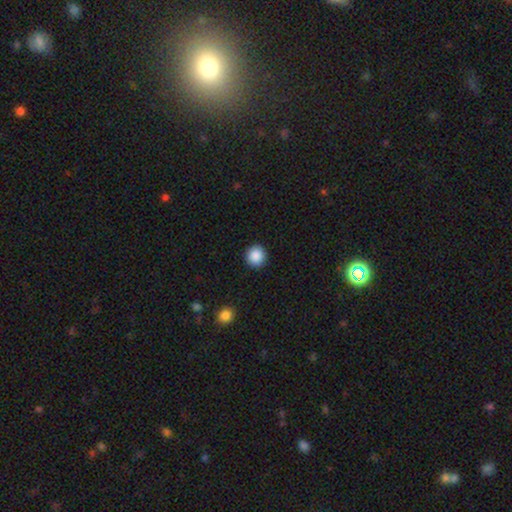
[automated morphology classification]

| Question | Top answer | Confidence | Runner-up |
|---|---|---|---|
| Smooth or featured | smooth | 88% | star or artifact (9%) |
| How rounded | round | 92% | in between (7%) |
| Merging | none | 92% | minor disturbance (5%) |